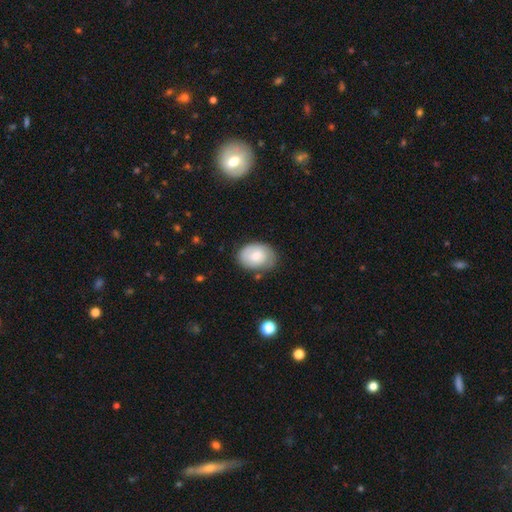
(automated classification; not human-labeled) Smooth or featured: smooth — 69% (featured or disk — 24%)
How rounded: in between — 72% (round — 27%)
Merging: none — 71% (minor disturbance — 22%)